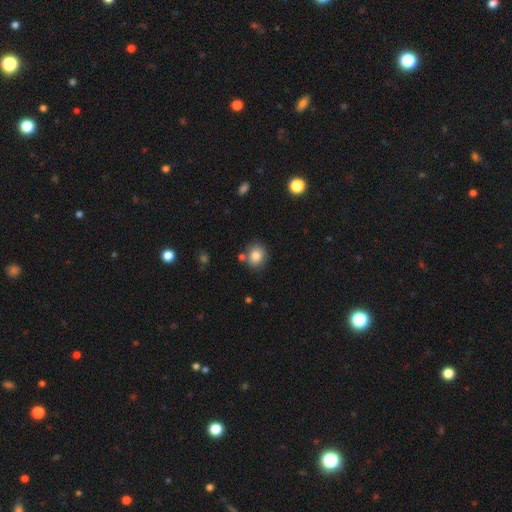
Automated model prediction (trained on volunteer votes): smooth 81%, star or artifact 10%, featured or disk 9%. Down the decision tree: how rounded — round (74%); merging — none (75%).